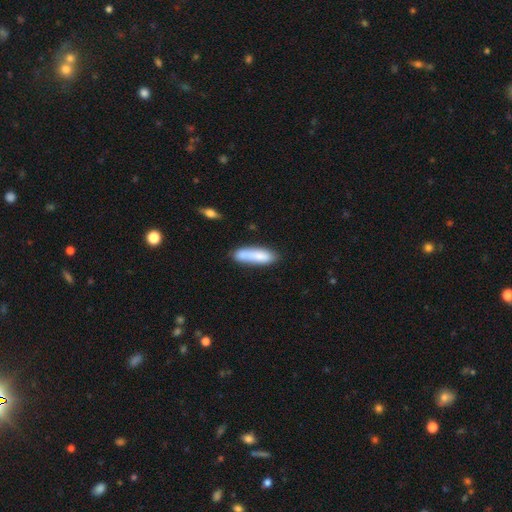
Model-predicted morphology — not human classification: Smooth or featured? Predicted: smooth (p=0.80). How rounded? Predicted: cigar-shaped (p=0.69). Merging? Predicted: none (p=0.65).